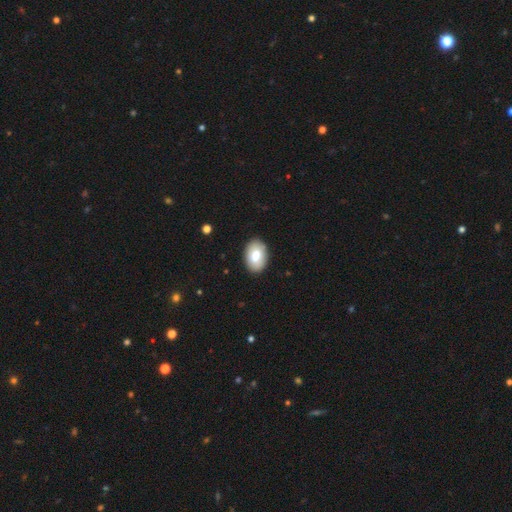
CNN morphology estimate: Smooth or featured? Predicted: smooth (p=0.73). How rounded? Predicted: in between (p=0.89). Merging? Predicted: none (p=0.86).